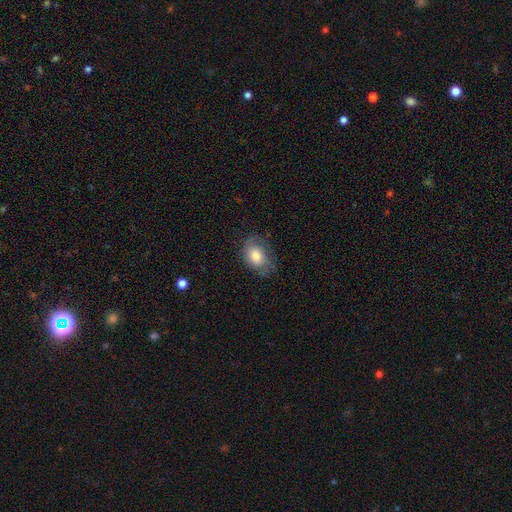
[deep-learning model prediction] Smooth or featured? Predicted: smooth (p=0.76). How rounded? Predicted: in between (p=0.76). Merging? Predicted: none (p=0.67).